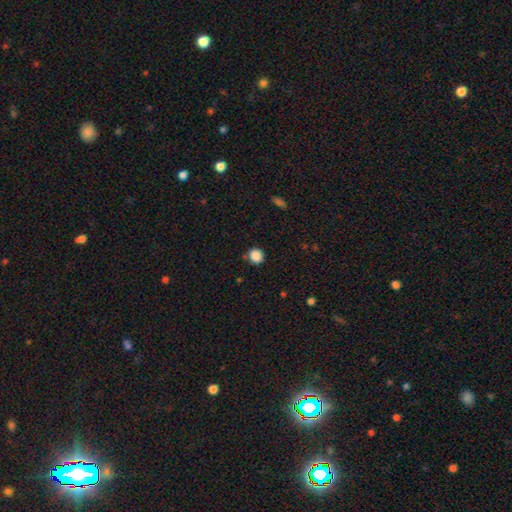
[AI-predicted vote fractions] smooth_or_featured: smooth (p=0.87) [alt: star or artifact p=0.10]
how_rounded: round (p=0.87) [alt: in between p=0.12]
merging: none (p=0.82) [alt: minor disturbance p=0.12]